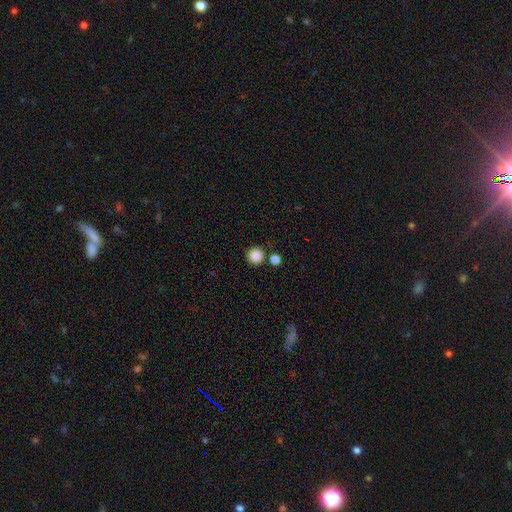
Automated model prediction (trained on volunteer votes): This appears to be a smooth galaxy with no disk features (86%) that is round (95%). Merging: none (81%).